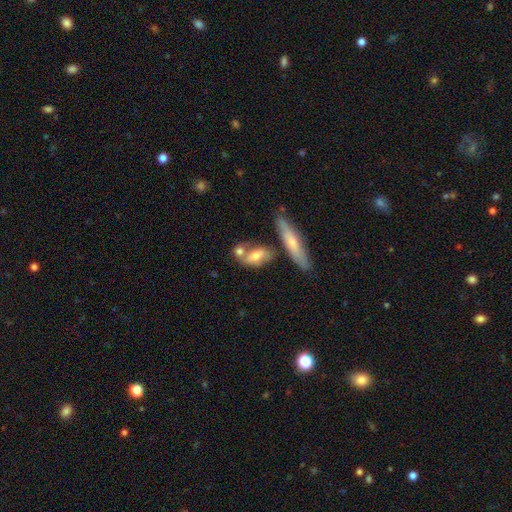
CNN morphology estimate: Smooth or featured? Predicted: smooth (p=0.58). How rounded? Predicted: in between (p=0.64). Merging? Predicted: none (p=0.49).